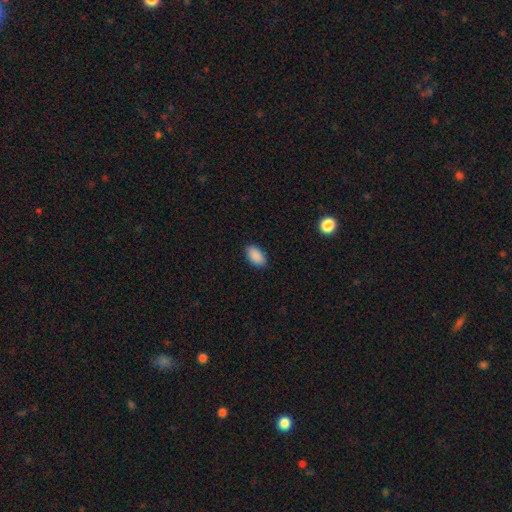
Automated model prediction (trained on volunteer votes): Smooth or featured? Predicted: smooth (p=0.90). How rounded? Predicted: in between (p=0.94). Merging? Predicted: none (p=0.89).